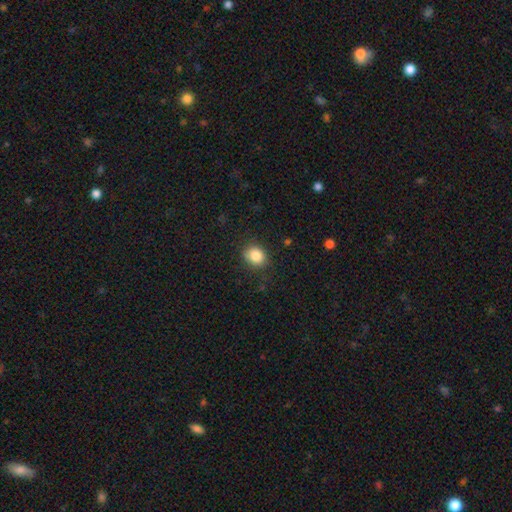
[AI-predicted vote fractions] Smooth or featured? smooth (85%)
How rounded? round (69%)
Merging? none (83%)